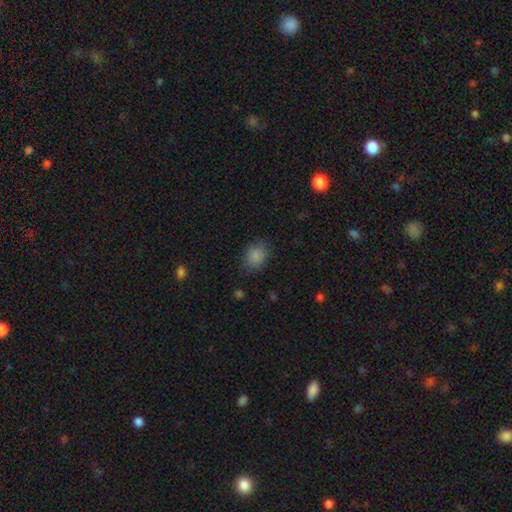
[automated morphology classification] A smooth galaxy with no disk features (86%) that is in between round and cigar-shaped (51%).

Vote fractions:
- Smooth or featured? smooth: 86% / star or artifact: 9% / featured or disk: 5%
- How rounded? in between: 51% / round: 48% / cigar-shaped: 1%
- Merging? none: 80% / minor disturbance: 15% / major disturbance: 4% / merger: 1%